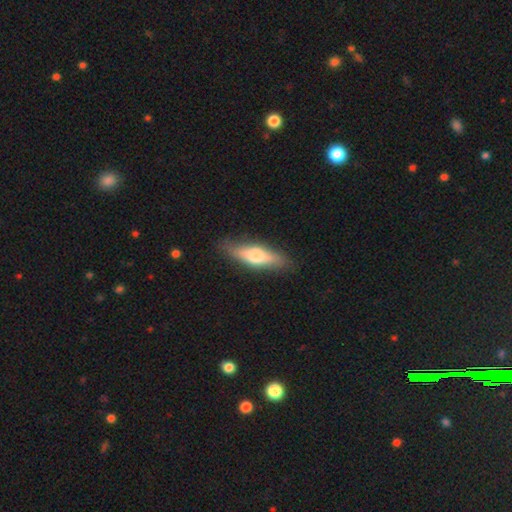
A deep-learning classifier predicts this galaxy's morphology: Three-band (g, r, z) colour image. It shows a smooth galaxy with no disk features (54%) that is cigar-shaped (59%). Merging: none (83%).